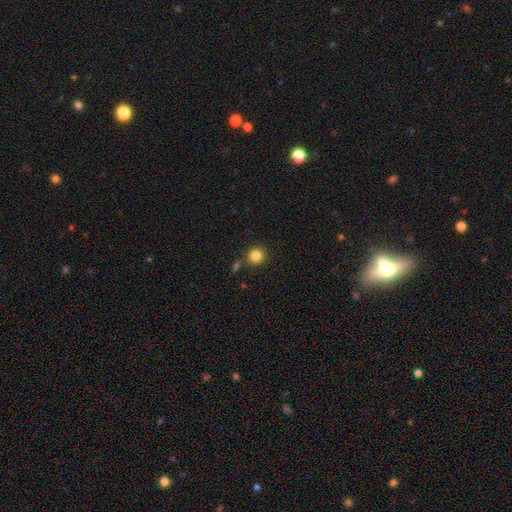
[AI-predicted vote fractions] Morphology: type=smooth (84%); roundness=round (91%); merging=none (82%).